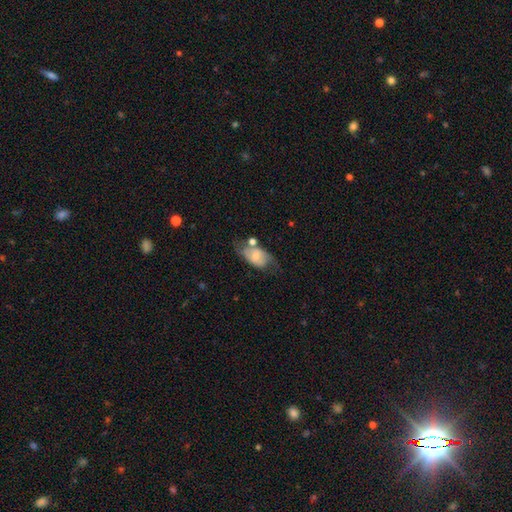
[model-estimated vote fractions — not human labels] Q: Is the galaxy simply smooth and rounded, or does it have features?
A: smooth — 52%.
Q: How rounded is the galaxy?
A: in between — 87%.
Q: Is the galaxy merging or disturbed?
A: none — 42%.